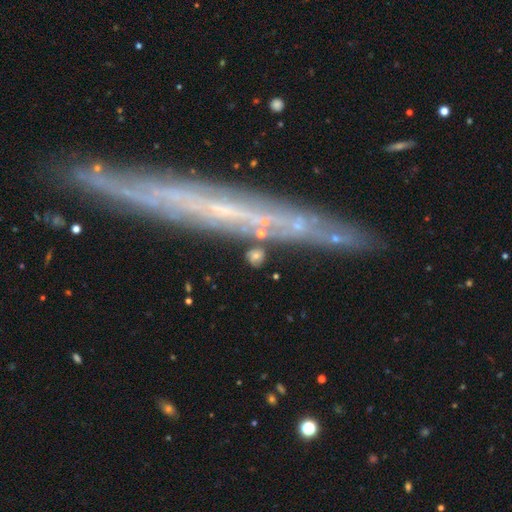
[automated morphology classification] type=smooth (59%); roundness=round (55%); merging=none (72%).